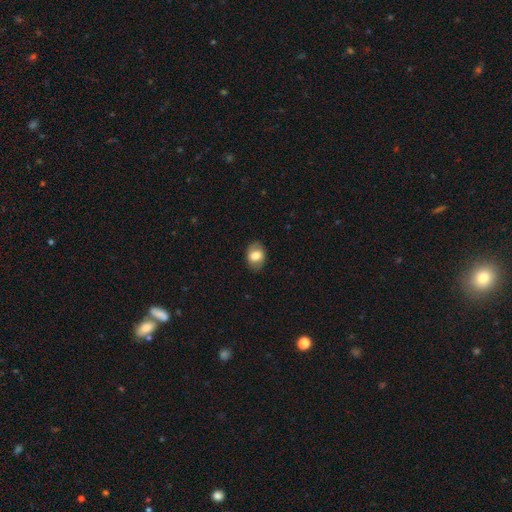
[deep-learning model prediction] This is likely a smooth galaxy (74%). How rounded: likely in between (72%). Merging: clearly none (83%).